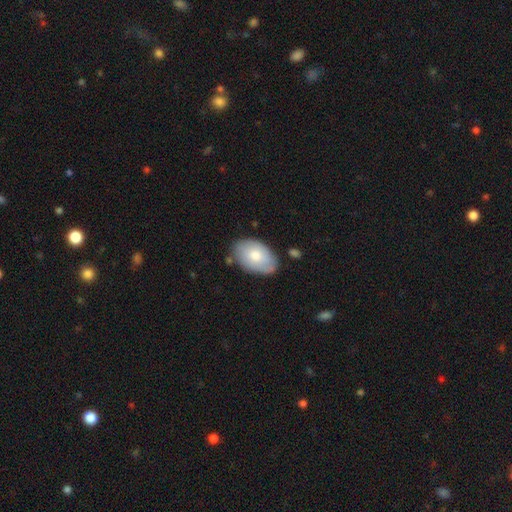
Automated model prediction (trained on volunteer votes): The model was most divided on "smooth or featured": smooth: 73%, featured or disk: 21%, star or artifact: 5%. More confident: how rounded — in between (92%); merging — none (73%).